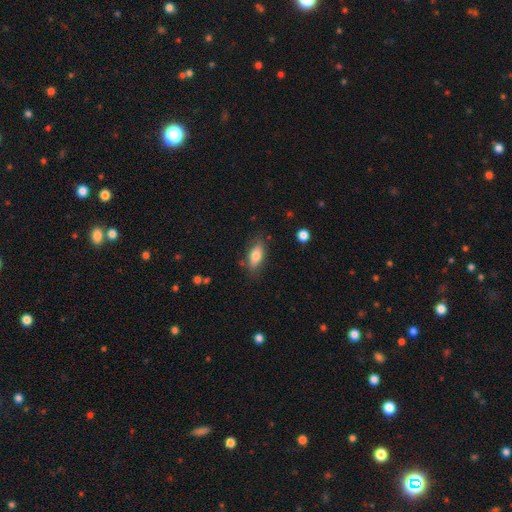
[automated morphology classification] A smooth galaxy with no disk features (76%) that is in between round and cigar-shaped (81%). Merging: none (79%).